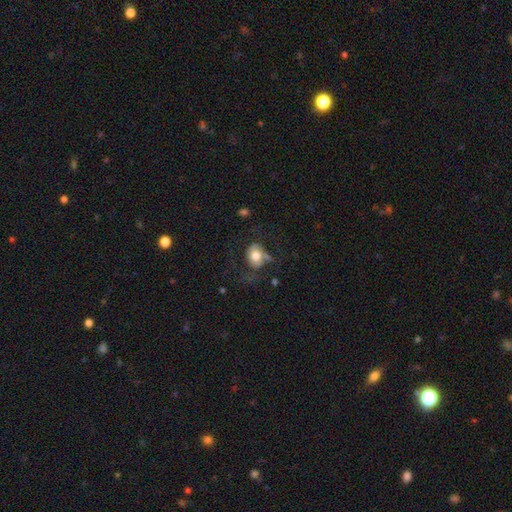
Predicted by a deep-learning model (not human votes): Overall: smooth (64%; featured or disk 27%). How rounded: in between (53%; round 46%). Merging: none (42%; major disturbance 30%).